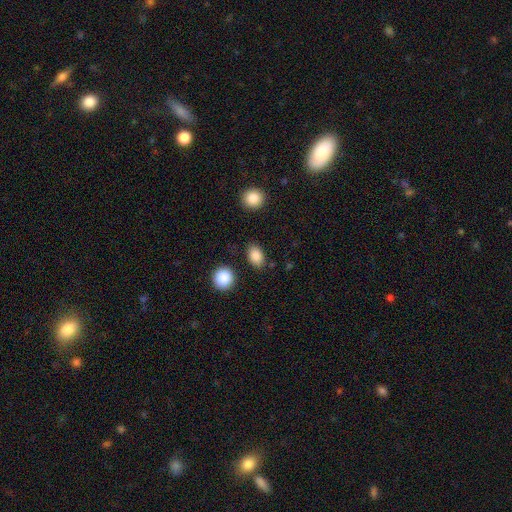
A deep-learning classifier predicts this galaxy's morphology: Smooth or featured? Predicted: smooth (p=0.87). How rounded? Predicted: in between (p=0.76). Merging? Predicted: none (p=0.84).